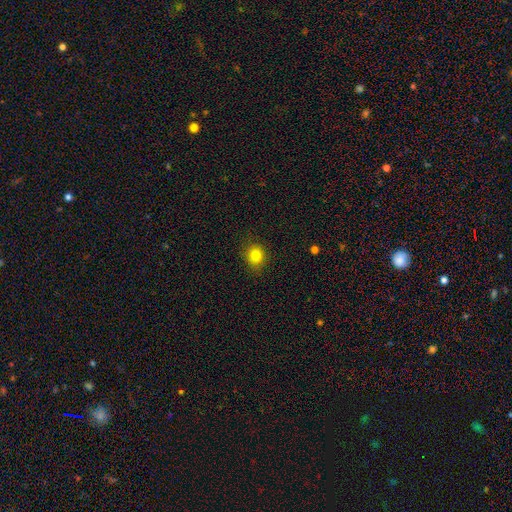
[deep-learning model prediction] A smooth galaxy with no disk features (80%) that is round (79%).

Vote fractions:
- Smooth or featured? smooth: 80% / star or artifact: 13% / featured or disk: 7%
- How rounded? round: 79% / in between: 20% / cigar-shaped: 1%
- Merging? none: 87% / minor disturbance: 10% / major disturbance: 2% / merger: 1%